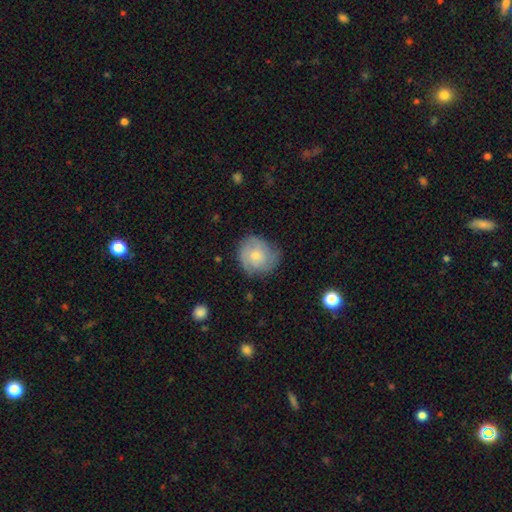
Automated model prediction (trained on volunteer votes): featured or disk 47%, smooth 46%, star or artifact 7%. Down the decision tree: merging — none (67%).